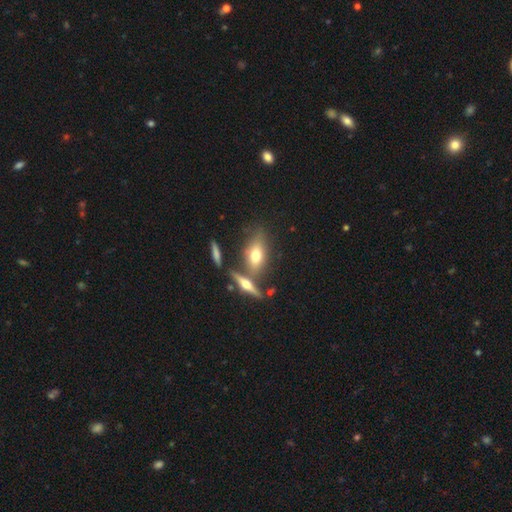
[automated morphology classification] The model was most divided on "smooth or featured": smooth: 58%, featured or disk: 33%, star or artifact: 9%. More confident: how rounded — in between (76%); merging — none (60%).